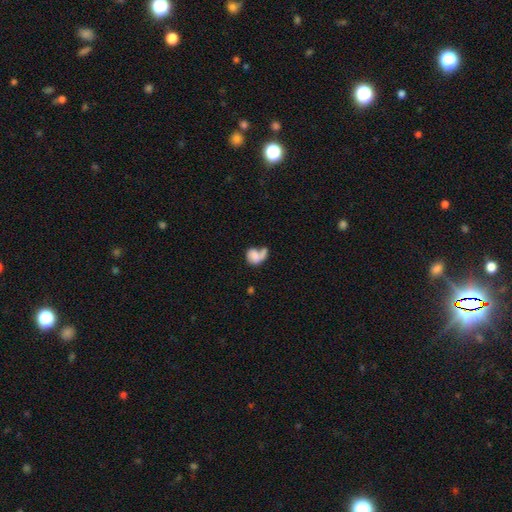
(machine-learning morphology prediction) type=smooth (59%); roundness=in between (51%); merging=merger (31%).